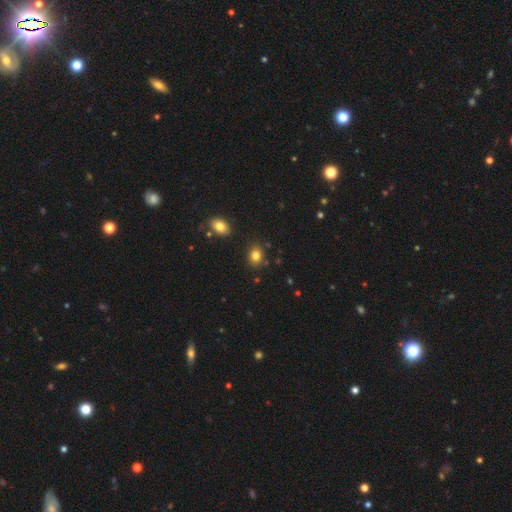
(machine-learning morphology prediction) This appears to be a smooth galaxy with no disk features (82%) that is in between round and cigar-shaped (55%). Merging: none (83%).